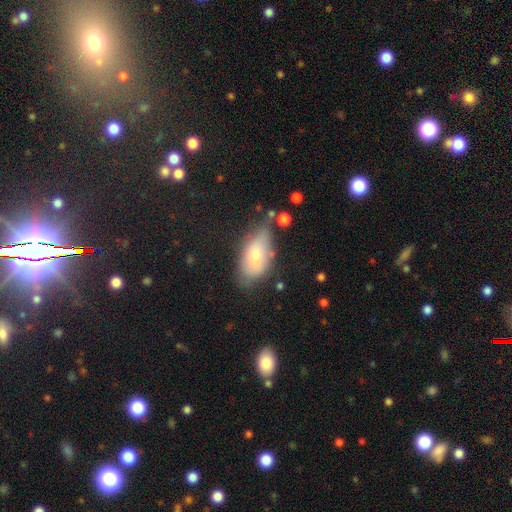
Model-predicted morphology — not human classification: A smooth galaxy with no disk features (62%) that is in between round and cigar-shaped (90%). Merging: none (49%).